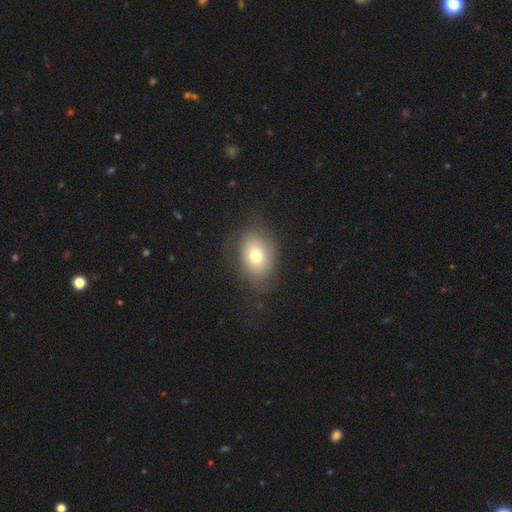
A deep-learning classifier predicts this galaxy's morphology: A smooth galaxy with no disk features (72%) that is in between round and cigar-shaped (67%). Merging: none (73%).